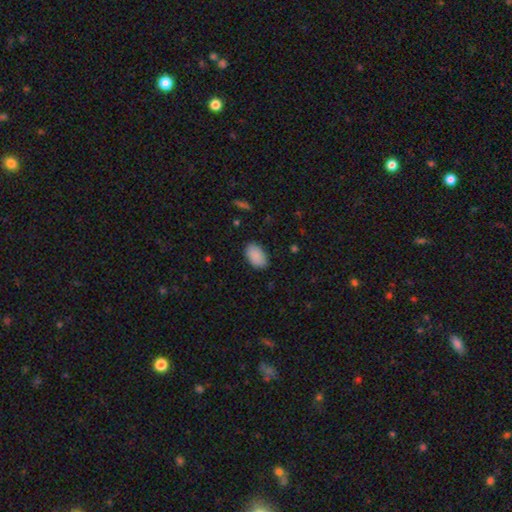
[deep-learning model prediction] Smooth or featured: smooth — 90% (star or artifact — 6%)
How rounded: in between — 92% (round — 6%)
Merging: none — 86% (minor disturbance — 11%)